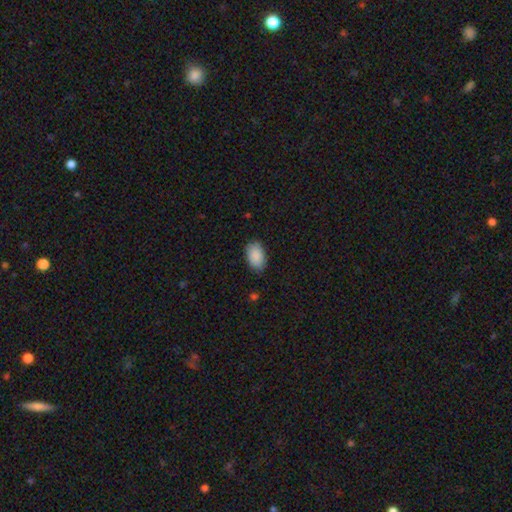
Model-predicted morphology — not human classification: A smooth galaxy with no disk features (90%) that is in between round and cigar-shaped (93%).

Vote fractions:
- Smooth or featured? smooth: 90% / star or artifact: 6% / featured or disk: 4%
- How rounded? in between: 93% / round: 6% / cigar-shaped: 1%
- Merging? none: 84% / minor disturbance: 13% / major disturbance: 3% / merger: 1%